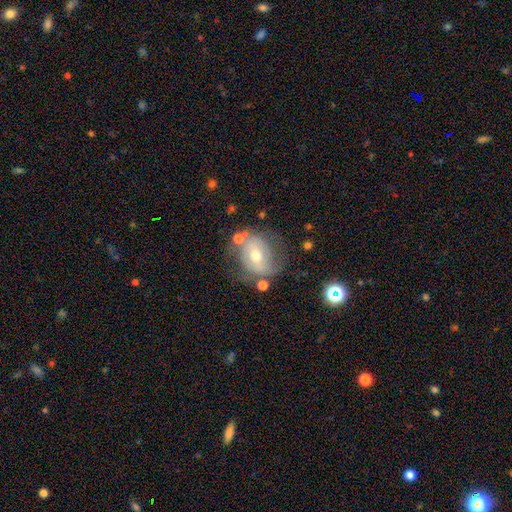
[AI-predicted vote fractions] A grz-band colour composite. It shows a featured or disk galaxy (55%) with no bar (45%), spiral arms (56%) and a moderate central bulge (61%). Merging: none (59%).